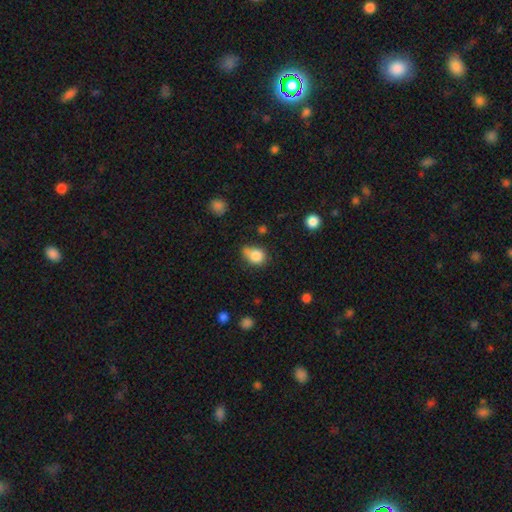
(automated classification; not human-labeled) Overall: smooth (82%). How rounded: round (55%; in between 44%). Merging: none (46%; minor disturbance 32%).